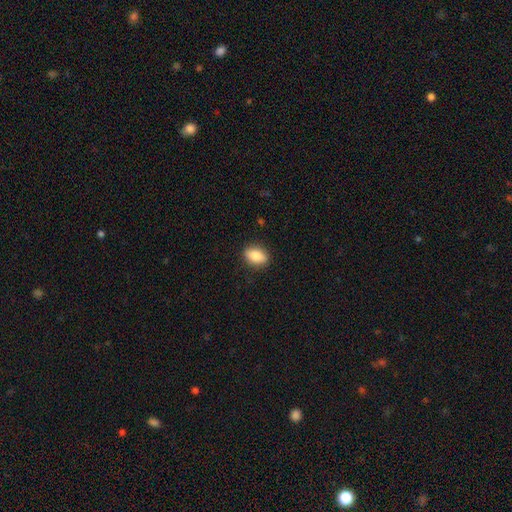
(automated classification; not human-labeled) Smooth or featured: smooth — 83% (featured or disk — 10%)
How rounded: in between — 79% (round — 17%)
Merging: none — 87% (minor disturbance — 10%)